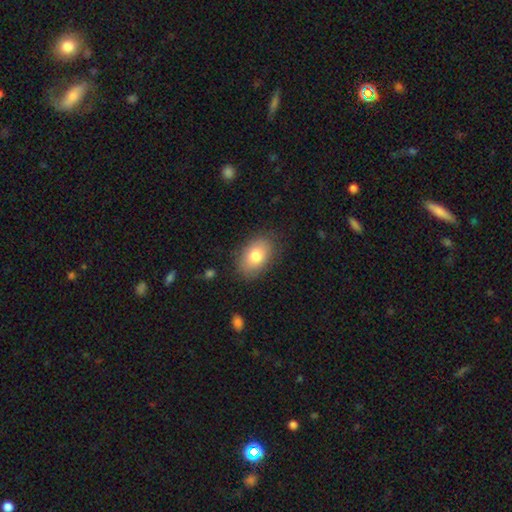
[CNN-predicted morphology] smooth-or-featured: smooth: 79% | featured or disk: 13% | star or artifact: 7%
  how-rounded: in between: 87% | round: 12% | cigar-shaped: 1%
  merging: none: 82% | minor disturbance: 13% | major disturbance: 3% | merger: 1%